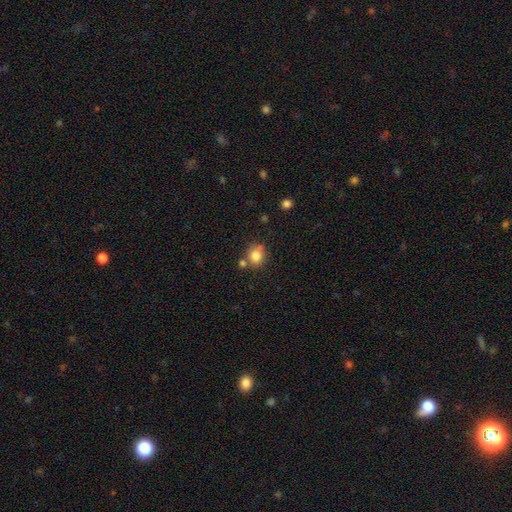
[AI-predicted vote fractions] Smooth or featured?
  - smooth: 81% *
  - star or artifact: 11%
  - featured or disk: 8%
How rounded?
  - round: 72% *
  - in between: 27%
  - cigar-shaped: 1%
Merging?
  - none: 62% *
  - merger: 18%
  - minor disturbance: 16%
  - major disturbance: 5%